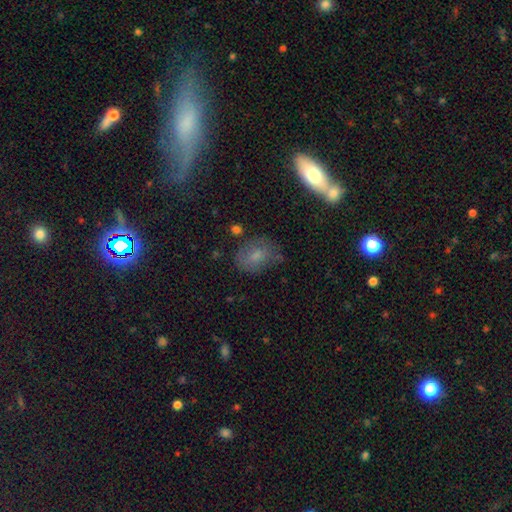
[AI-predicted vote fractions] The model was most divided on "smooth or featured": smooth: 65%, featured or disk: 23%, star or artifact: 12%. More confident: how rounded — in between (70%); merging — none (64%).